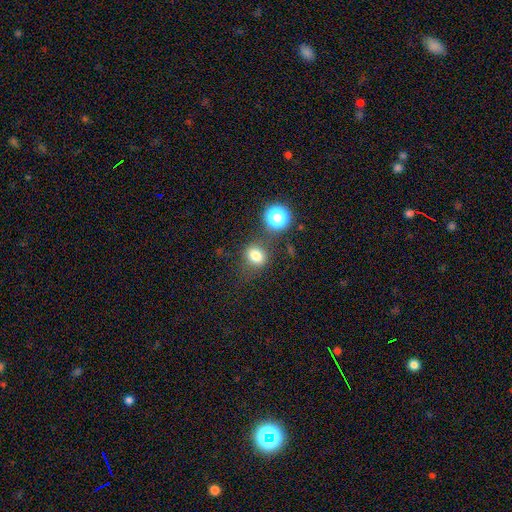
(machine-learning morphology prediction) This appears to be a smooth galaxy with no disk features (76%) that is round (59%). Merging: none (71%).